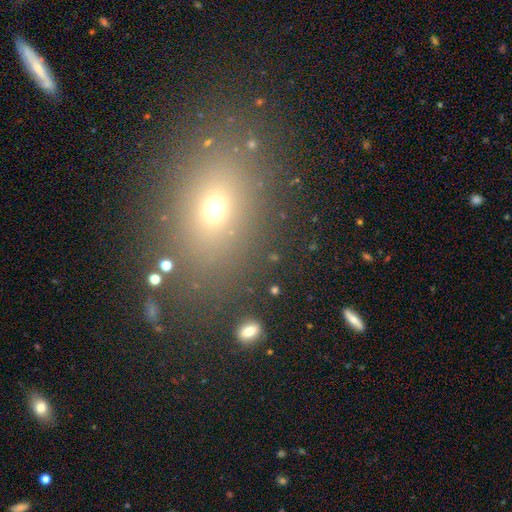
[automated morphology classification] The model was most divided on "how rounded": in between: 66%, round: 32%, cigar-shaped: 2%. More confident: merging — none (85%); smooth or featured — smooth (62%).